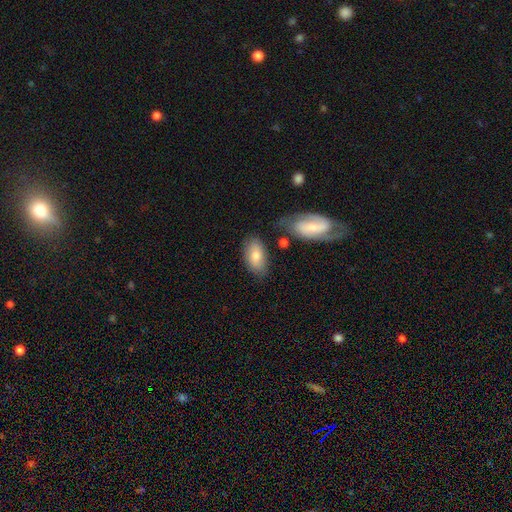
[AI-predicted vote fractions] smooth-or-featured: smooth: 73% | featured or disk: 20% | star or artifact: 6%
  how-rounded: in between: 92% | cigar-shaped: 4% | round: 4%
  merging: none: 70% | minor disturbance: 17% | merger: 8% | major disturbance: 5%